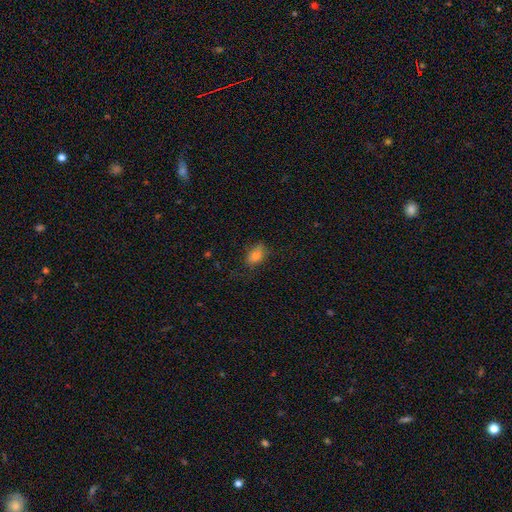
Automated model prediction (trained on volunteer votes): The model was most divided on "merging": none: 69%, minor disturbance: 23%, major disturbance: 7%, merger: 1%. More confident: smooth or featured — smooth (80%); how rounded — in between (79%).